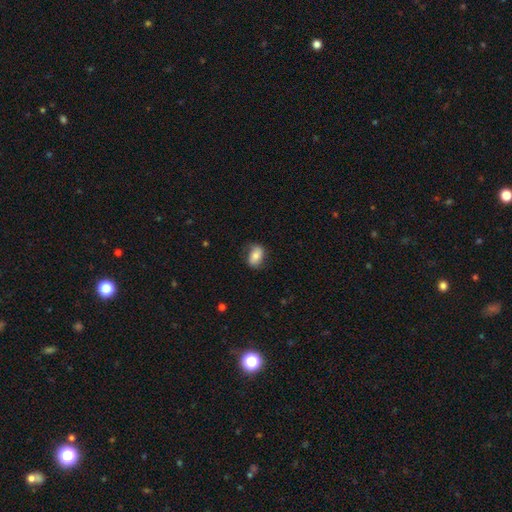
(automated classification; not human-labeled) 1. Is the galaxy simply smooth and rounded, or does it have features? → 71% smooth, 21% featured or disk, 7% star or artifact.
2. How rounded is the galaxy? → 84% in between, 14% round, 2% cigar-shaped.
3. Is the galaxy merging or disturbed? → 71% none, 21% minor disturbance, 7% major disturbance, 1% merger.